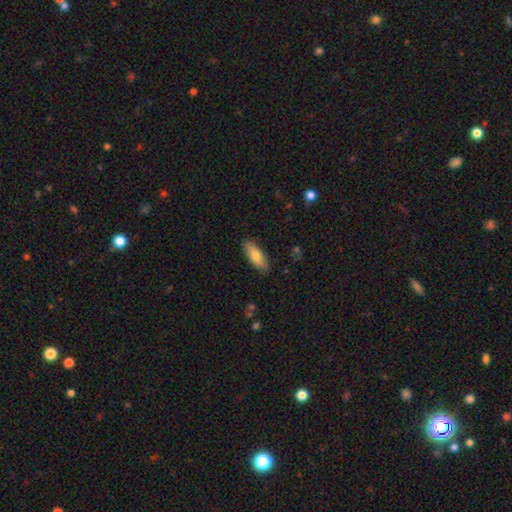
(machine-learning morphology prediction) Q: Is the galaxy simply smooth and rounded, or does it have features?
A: smooth — 75%.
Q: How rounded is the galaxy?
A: in between — 69%.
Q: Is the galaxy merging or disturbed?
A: none — 88%.